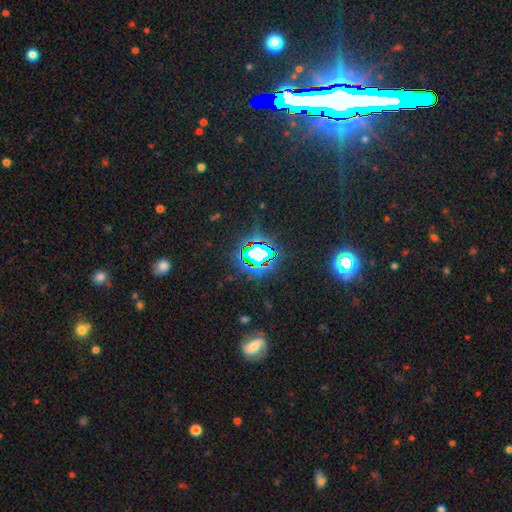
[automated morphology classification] A star or artifact, not a galaxy (75%).

Vote fractions:
- Smooth or featured? star or artifact: 75% / smooth: 14% / featured or disk: 11%